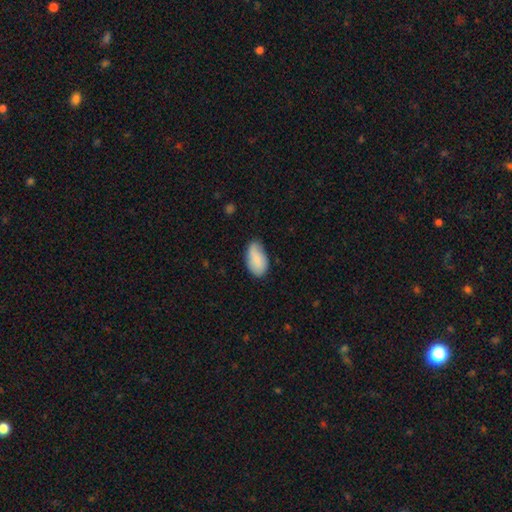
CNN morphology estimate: A smooth galaxy with no disk features (83%) that is in between round and cigar-shaped (94%). Merging: none (66%).